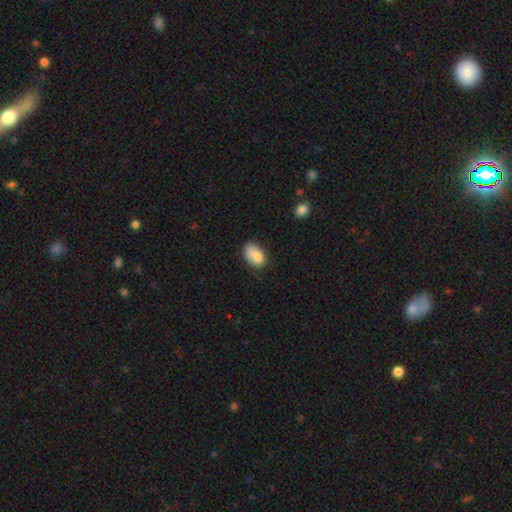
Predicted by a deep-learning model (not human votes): smooth 81%, featured or disk 11%, star or artifact 8%. Down the decision tree: how rounded — in between (88%); merging — none (53%).